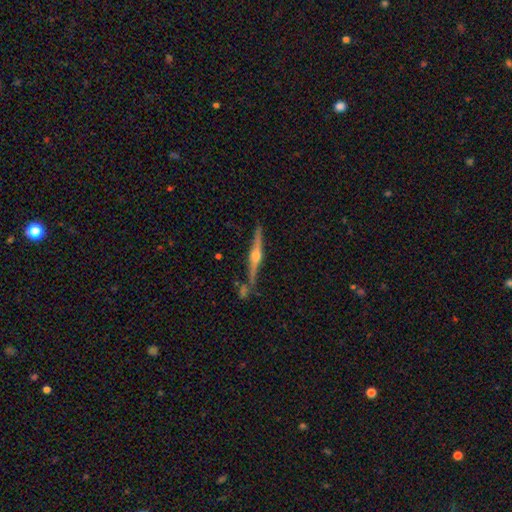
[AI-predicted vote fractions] Smooth or featured?
  - featured or disk: 86% *
  - smooth: 8%
  - star or artifact: 6%
Edge-on disk?
  - yes: 98% *
  - no: 2%
Edge-on bulge?
  - rounded: 94% *
  - boxy: 3%
  - none: 3%
Merging?
  - none: 84% *
  - minor disturbance: 9%
  - merger: 6%
  - major disturbance: 2%